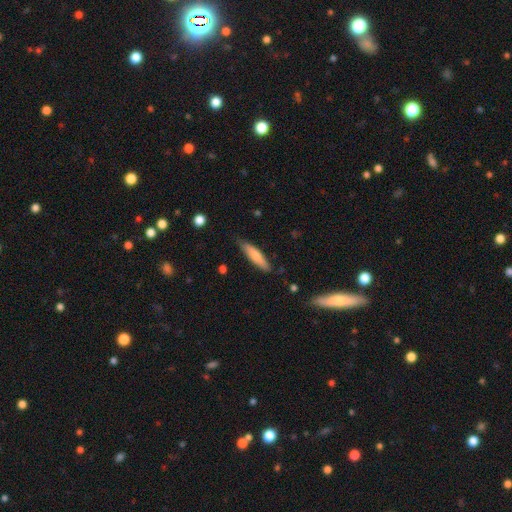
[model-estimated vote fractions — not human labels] This is likely a smooth galaxy (71%). How rounded: likely cigar-shaped (76%). Merging: likely none (79%).